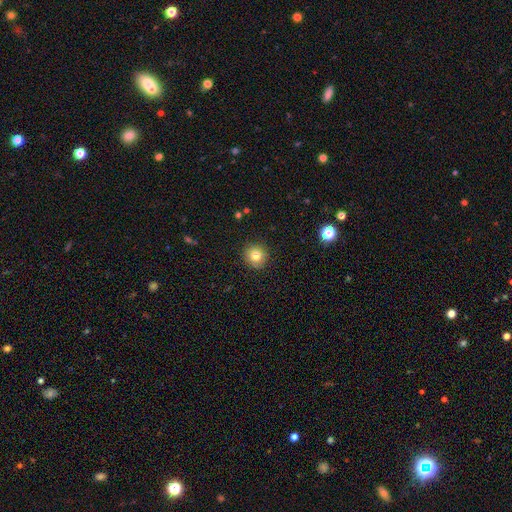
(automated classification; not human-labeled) Smooth or featured: smooth — 80% (star or artifact — 11%)
How rounded: round — 93% (in between — 6%)
Merging: none — 90% (minor disturbance — 7%)